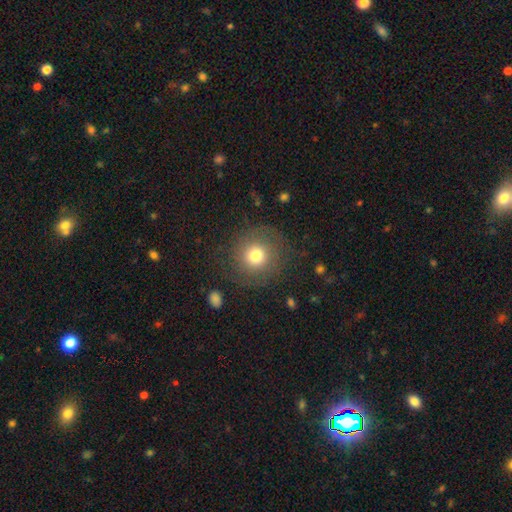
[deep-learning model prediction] The model was most divided on "smooth or featured": smooth: 68%, featured or disk: 20%, star or artifact: 12%. More confident: how rounded — round (91%); merging — none (79%).